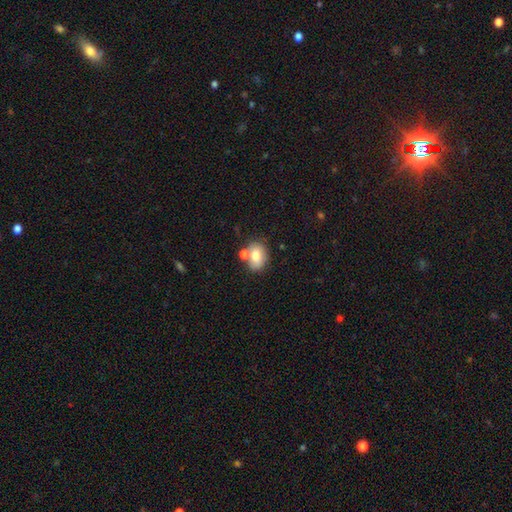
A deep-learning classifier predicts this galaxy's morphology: smooth 75%, featured or disk 16%, star or artifact 9%. Down the decision tree: how rounded — in between (64%); merging — none (59%).